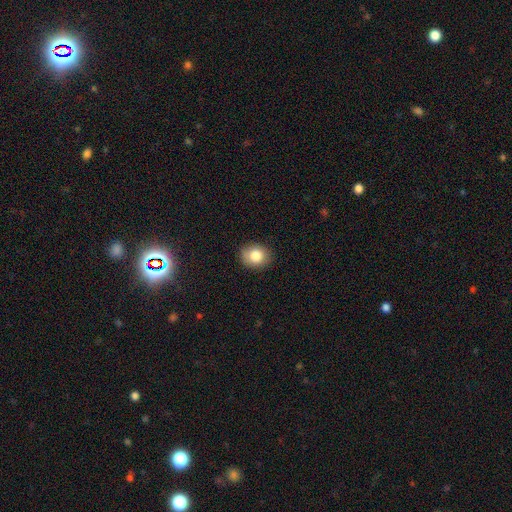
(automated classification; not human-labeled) Smooth or featured: smooth — 82% (star or artifact — 9%)
How rounded: round — 64% (in between — 35%)
Merging: none — 83% (minor disturbance — 13%)